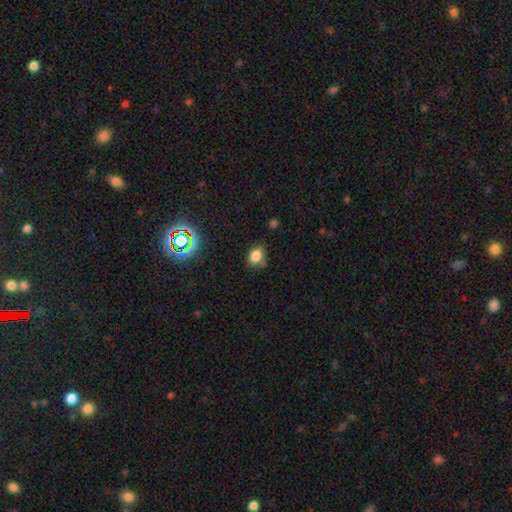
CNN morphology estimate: Smooth or featured? smooth (80%)
How rounded? in between (59%)
Merging? none (70%)